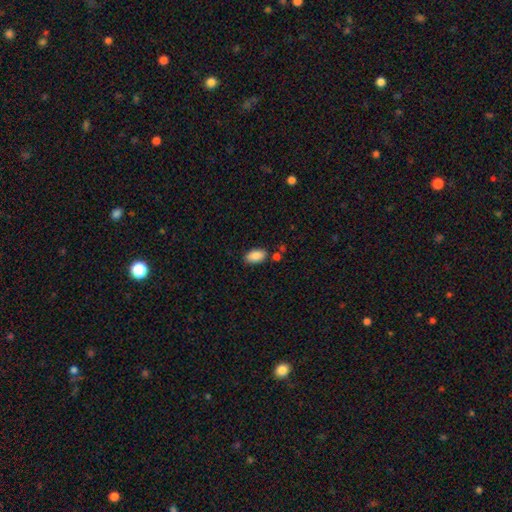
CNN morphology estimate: A smooth galaxy with no disk features (88%) that is in between round and cigar-shaped (94%).

Vote fractions:
- Smooth or featured? smooth: 88% / star or artifact: 7% / featured or disk: 5%
- How rounded? in between: 94% / round: 4% / cigar-shaped: 2%
- Merging? none: 79% / minor disturbance: 12% / merger: 6% / major disturbance: 3%